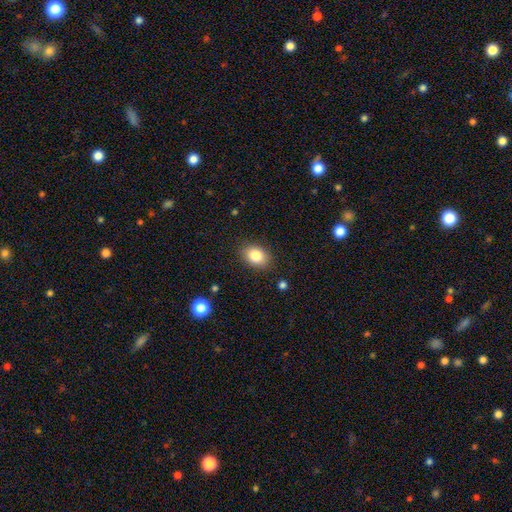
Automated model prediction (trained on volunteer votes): Smooth or featured?
  - smooth: 83% *
  - star or artifact: 9%
  - featured or disk: 8%
How rounded?
  - in between: 73% *
  - round: 26%
  - cigar-shaped: 1%
Merging?
  - none: 86% *
  - minor disturbance: 10%
  - major disturbance: 3%
  - merger: 1%